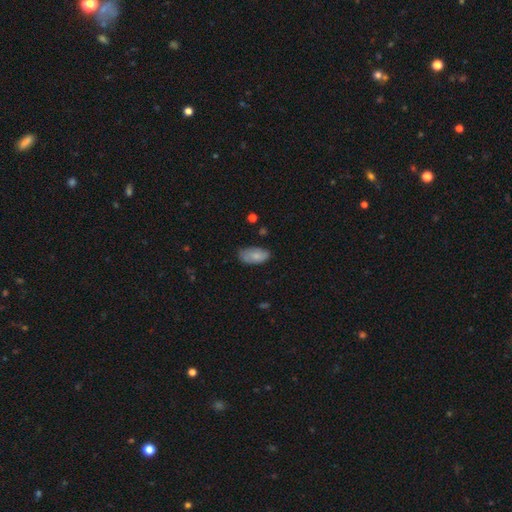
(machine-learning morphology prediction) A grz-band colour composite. It shows a smooth galaxy with no disk features (77%) that is in between round and cigar-shaped (94%). Merging: none (71%).